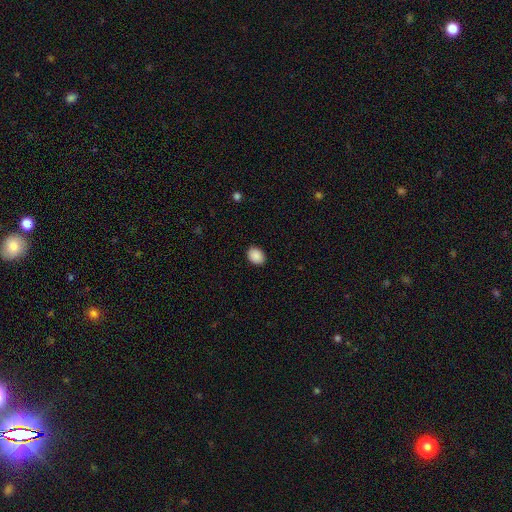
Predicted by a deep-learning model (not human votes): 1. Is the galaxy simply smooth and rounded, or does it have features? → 90% smooth, 7% star or artifact, 2% featured or disk.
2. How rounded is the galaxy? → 65% in between, 34% round, 1% cigar-shaped.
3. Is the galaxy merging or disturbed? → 91% none, 7% minor disturbance, 2% major disturbance, 1% merger.